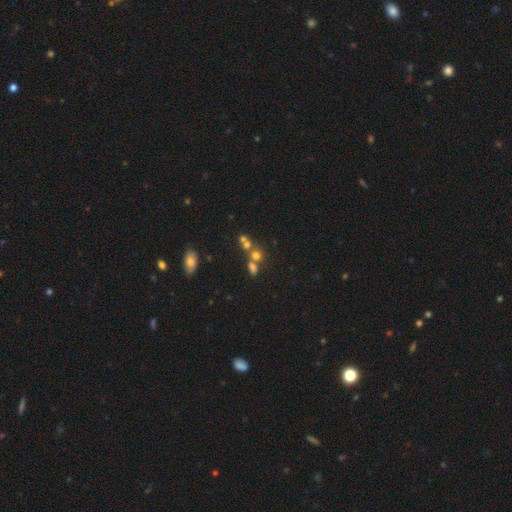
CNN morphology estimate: A smooth galaxy with no disk features (61%) that is round (71%). Merging: merger (47%).